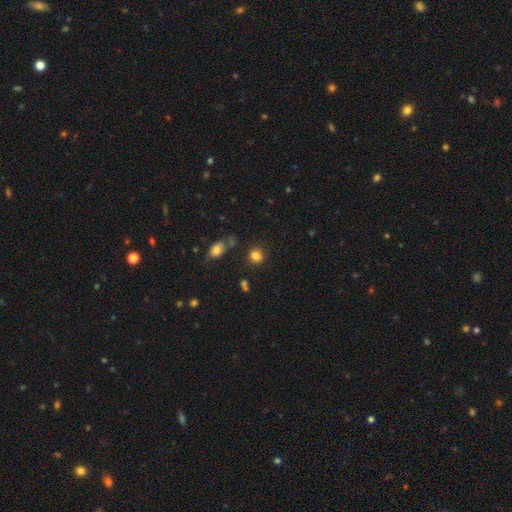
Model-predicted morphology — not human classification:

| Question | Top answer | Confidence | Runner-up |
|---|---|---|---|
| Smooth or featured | smooth | 83% | star or artifact (12%) |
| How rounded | round | 81% | in between (18%) |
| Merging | none | 82% | minor disturbance (10%) |